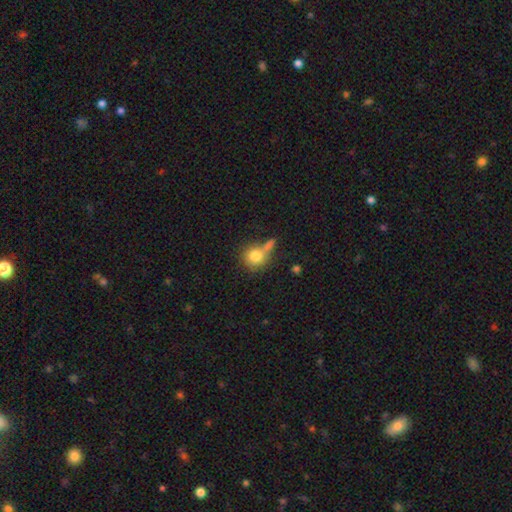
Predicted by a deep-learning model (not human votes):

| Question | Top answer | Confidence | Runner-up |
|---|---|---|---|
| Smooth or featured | smooth | 80% | featured or disk (11%) |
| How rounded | round | 85% | in between (13%) |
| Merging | none | 49% | merger (28%) |